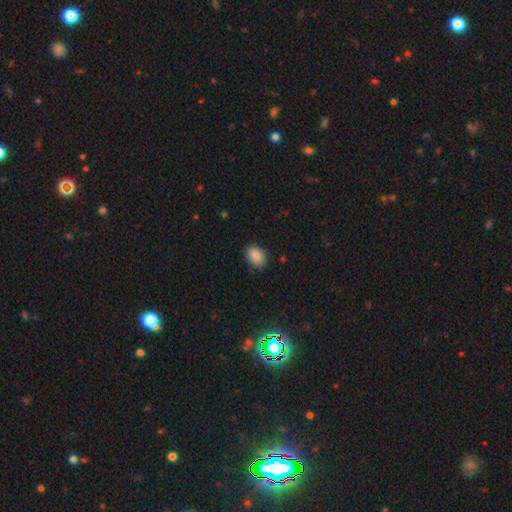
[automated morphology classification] type=smooth (89%); roundness=in between (71%); merging=none (85%).